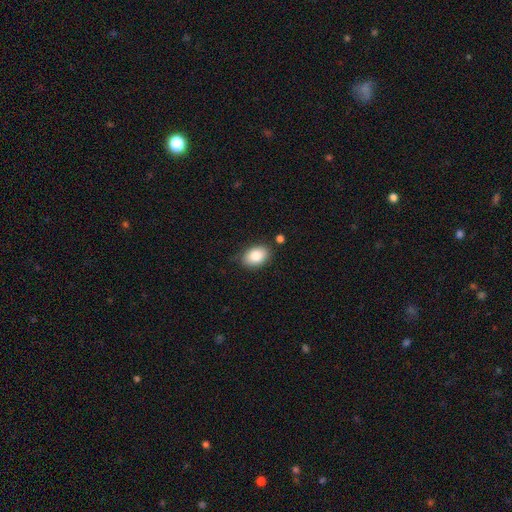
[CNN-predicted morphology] Smooth or featured? Predicted: smooth (p=0.85). How rounded? Predicted: in between (p=0.84). Merging? Predicted: none (p=0.80).